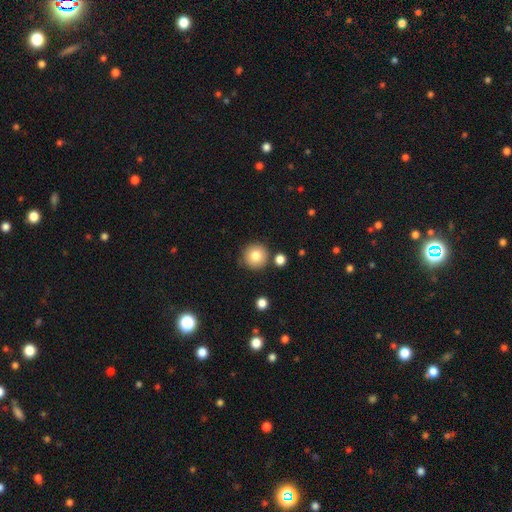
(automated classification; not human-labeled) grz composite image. It shows a smooth galaxy with no disk features (81%) that is round (95%). Merging: none (82%).